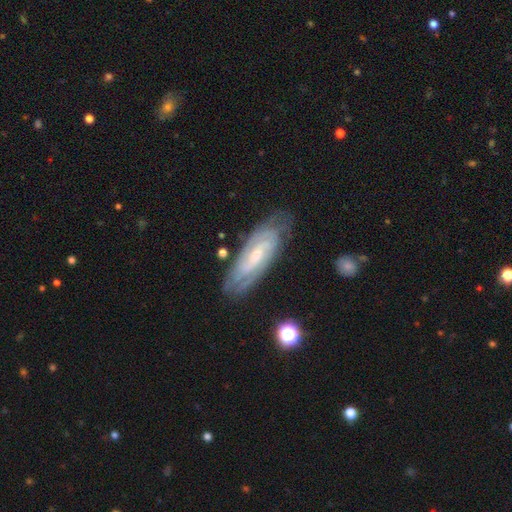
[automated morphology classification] This appears to be a featured or disk galaxy (80%) with a weak bar (45%), 2 (41%) tight (62%) spiral arms (94%) and a small central bulge (61%). Merging: none (76%).